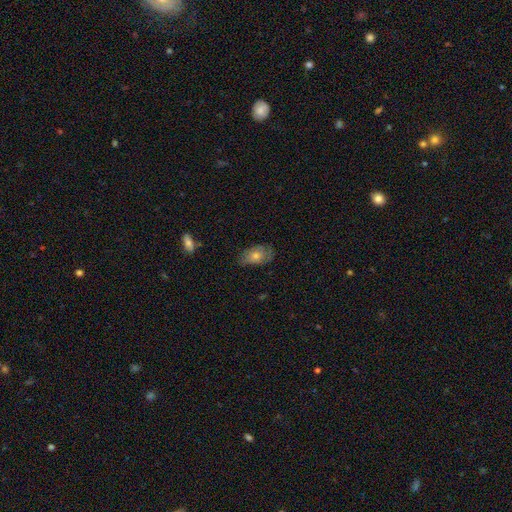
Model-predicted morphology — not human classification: A smooth galaxy with no disk features (50%).

Vote fractions:
- Smooth or featured? smooth: 50% / featured or disk: 39% / star or artifact: 11%
- Merging? none: 70% / minor disturbance: 23% / major disturbance: 6% / merger: 1%